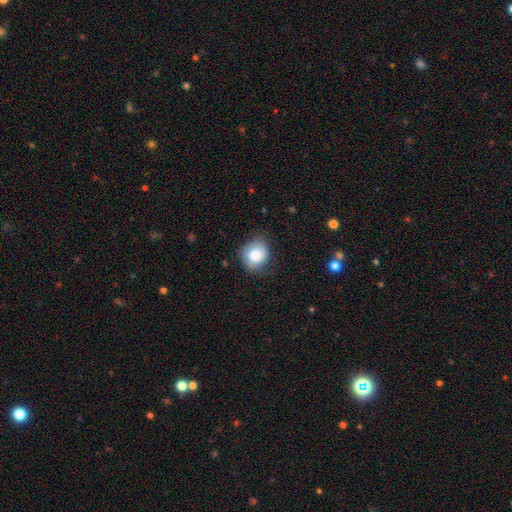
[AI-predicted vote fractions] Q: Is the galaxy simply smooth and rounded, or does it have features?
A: smooth — 74%.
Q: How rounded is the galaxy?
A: round — 76%.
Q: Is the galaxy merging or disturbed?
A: none — 66%.